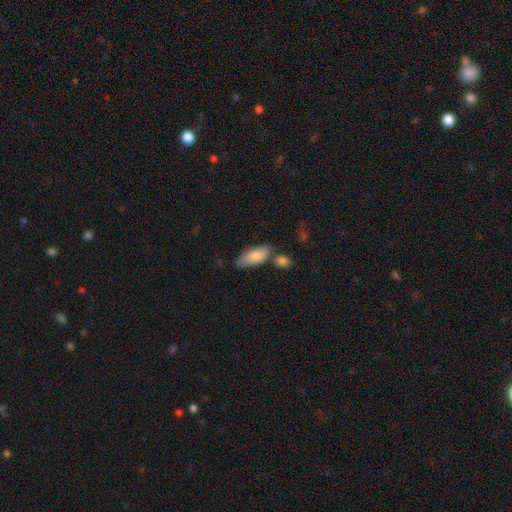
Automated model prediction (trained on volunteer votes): Q: Smooth or featured?
A: smooth (80%); runner-up: featured or disk (14%)
Q: How rounded?
A: in between (79%); runner-up: cigar-shaped (19%)
Q: Merging?
A: none (61%); runner-up: minor disturbance (19%)